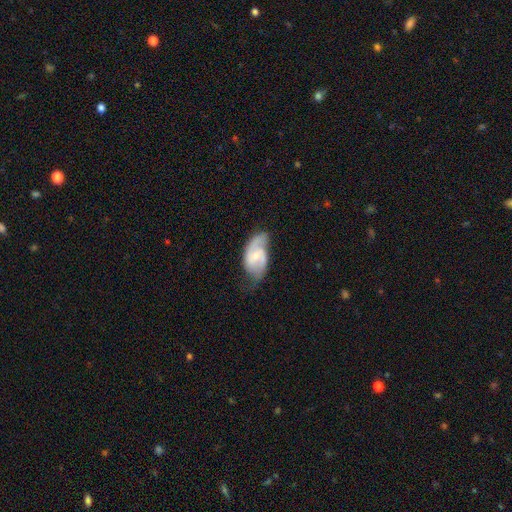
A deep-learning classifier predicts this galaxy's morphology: featured or disk 75%, smooth 20%, star or artifact 6%. Down the decision tree: edge-on disk — no (96%); bar — no (49%); spiral arms — yes (92%); spiral arm count — 2 (77%); spiral winding — medium (48%); bulge size — small (54%); merging — none (51%).